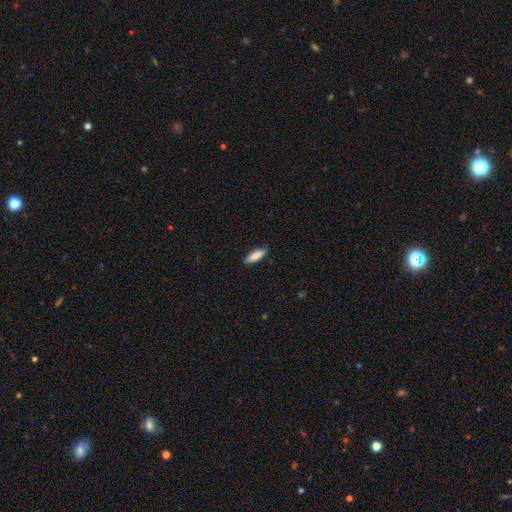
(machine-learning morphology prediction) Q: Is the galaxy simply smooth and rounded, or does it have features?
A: smooth — 85%.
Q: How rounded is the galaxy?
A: cigar-shaped — 51%.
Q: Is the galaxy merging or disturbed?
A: none — 89%.